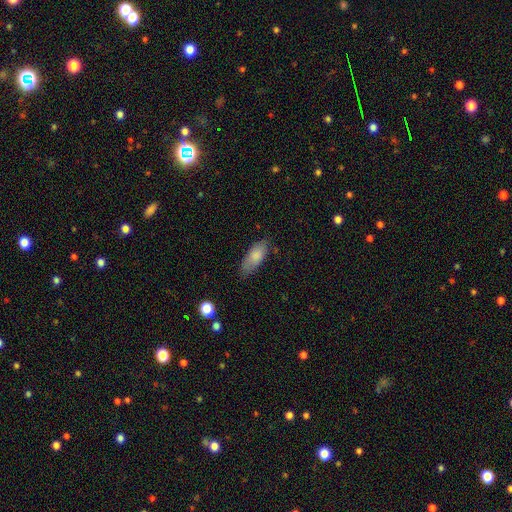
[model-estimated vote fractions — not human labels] This appears to be a smooth galaxy with no disk features (82%) that is in between round and cigar-shaped (76%). Merging: none (69%).